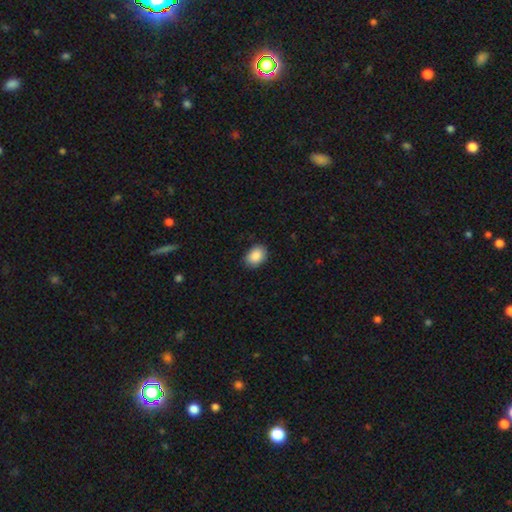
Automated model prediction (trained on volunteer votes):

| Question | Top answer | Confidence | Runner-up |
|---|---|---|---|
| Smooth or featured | smooth | 89% | star or artifact (7%) |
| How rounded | in between | 78% | round (21%) |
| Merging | none | 83% | minor disturbance (13%) |